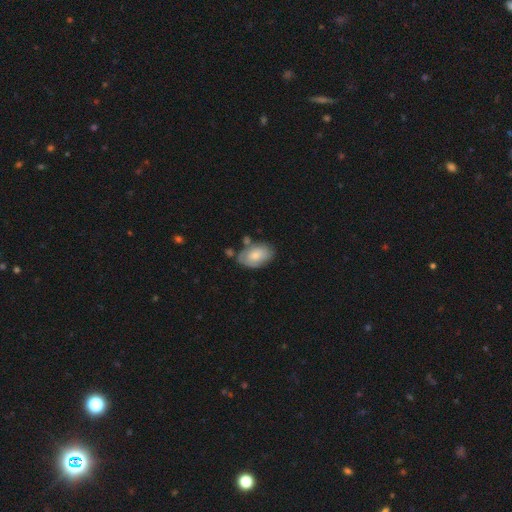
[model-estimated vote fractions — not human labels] This appears to be a smooth galaxy with no disk features (69%) that is in between round and cigar-shaped (91%). Merging: none (57%).